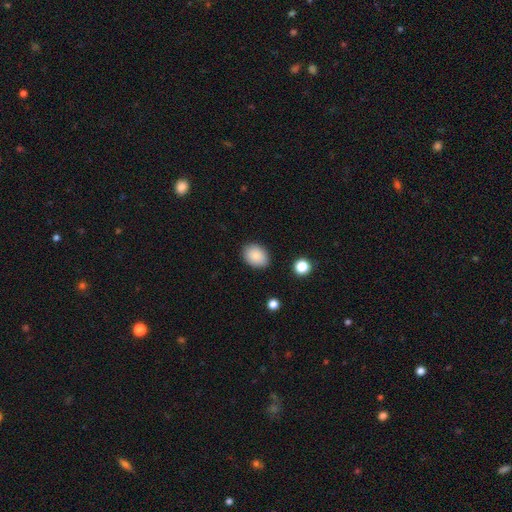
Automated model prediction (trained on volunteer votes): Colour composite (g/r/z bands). It shows a smooth galaxy with no disk features (86%) that is in between round and cigar-shaped (74%). Merging: none (86%).